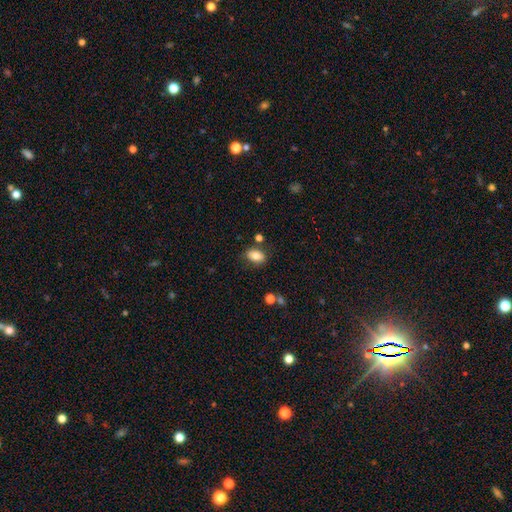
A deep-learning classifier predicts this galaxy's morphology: Smooth or featured? Predicted: smooth (p=0.80). How rounded? Predicted: in between (p=0.83). Merging? Predicted: none (p=0.76).